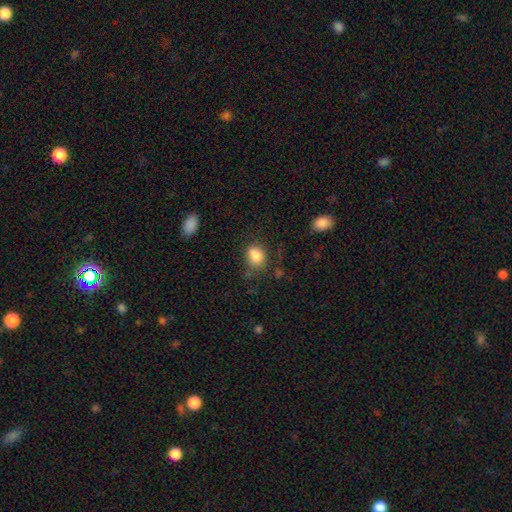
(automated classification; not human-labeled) Smooth or featured? Predicted: smooth (p=0.85). How rounded? Predicted: round (p=0.53). Merging? Predicted: none (p=0.64).